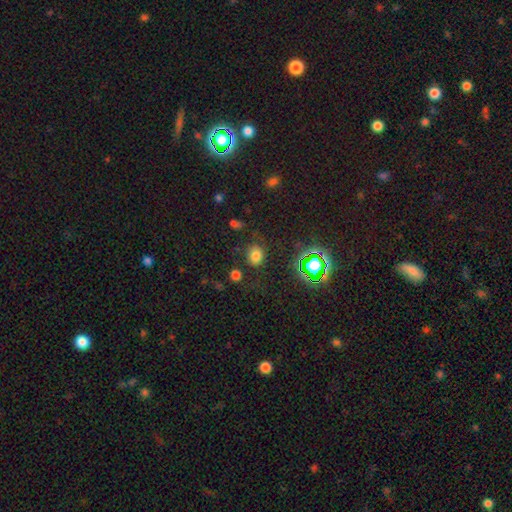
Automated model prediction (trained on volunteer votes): This is likely a smooth galaxy (71%). How rounded: possibly round (57%). Merging: likely none (78%).